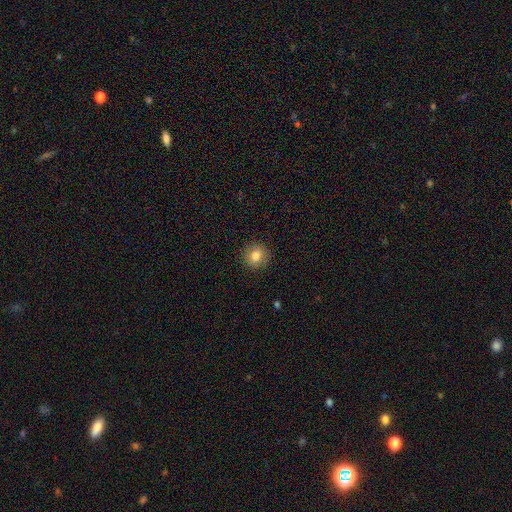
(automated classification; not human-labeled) Q: Smooth or featured?
A: smooth (81%); runner-up: star or artifact (10%)
Q: How rounded?
A: round (87%); runner-up: in between (12%)
Q: Merging?
A: none (90%); runner-up: minor disturbance (7%)